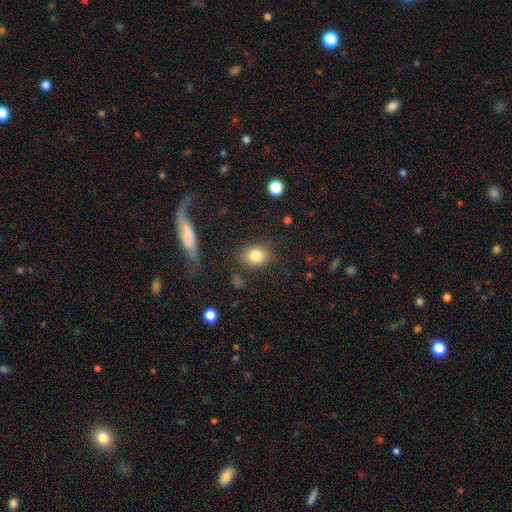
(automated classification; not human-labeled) smooth 83%, star or artifact 9%, featured or disk 9%. Down the decision tree: how rounded — in between (56%); merging — none (81%).